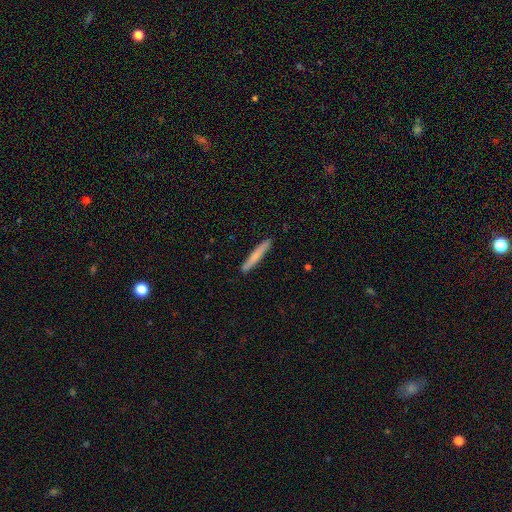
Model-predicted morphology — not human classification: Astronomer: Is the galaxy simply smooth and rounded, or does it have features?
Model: smooth — 70%.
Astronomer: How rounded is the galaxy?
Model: cigar-shaped — 96%.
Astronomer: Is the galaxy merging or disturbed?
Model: none — 89%.